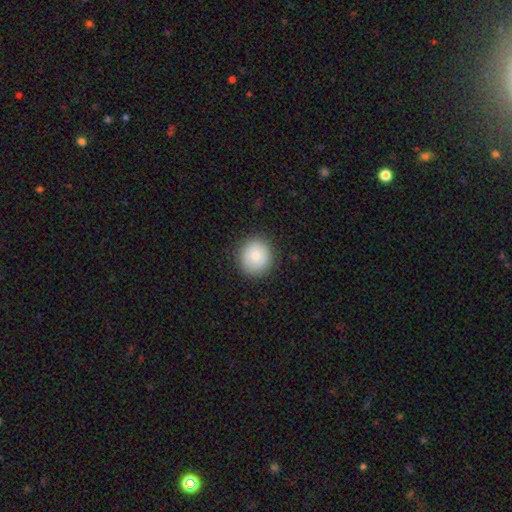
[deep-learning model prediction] Smooth or featured? Predicted: smooth (p=0.80). How rounded? Predicted: round (p=0.90). Merging? Predicted: none (p=0.88).